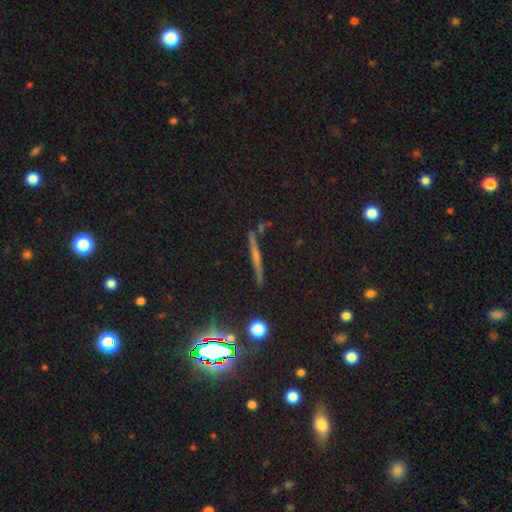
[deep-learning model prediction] Smooth or featured? featured or disk (49%)
Merging? none (87%)